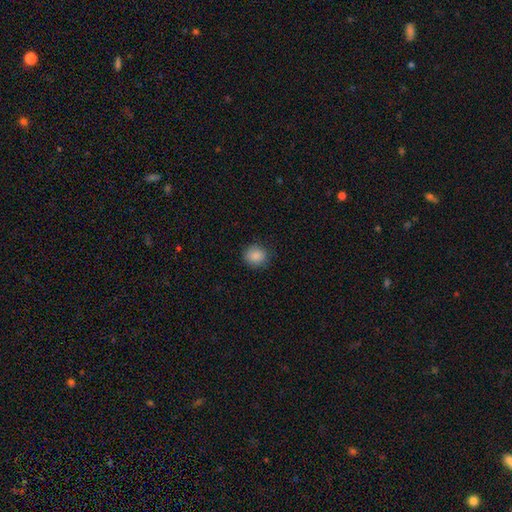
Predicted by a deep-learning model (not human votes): Smooth or featured: smooth — 87% (star or artifact — 9%)
How rounded: round — 84% (in between — 16%)
Merging: none — 87% (minor disturbance — 10%)